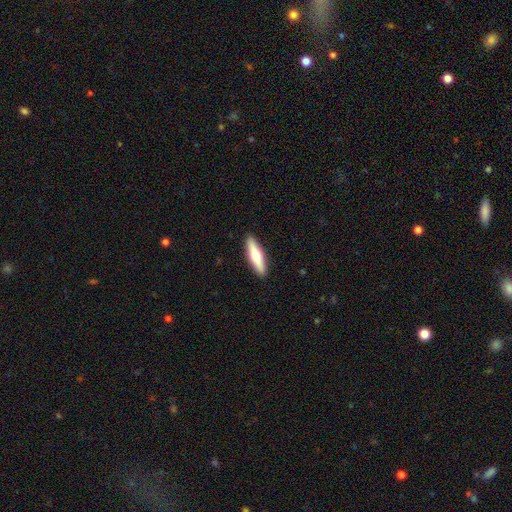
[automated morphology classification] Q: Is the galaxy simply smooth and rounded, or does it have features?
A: smooth — 56%.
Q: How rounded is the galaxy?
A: cigar-shaped — 75%.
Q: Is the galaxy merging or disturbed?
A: none — 91%.